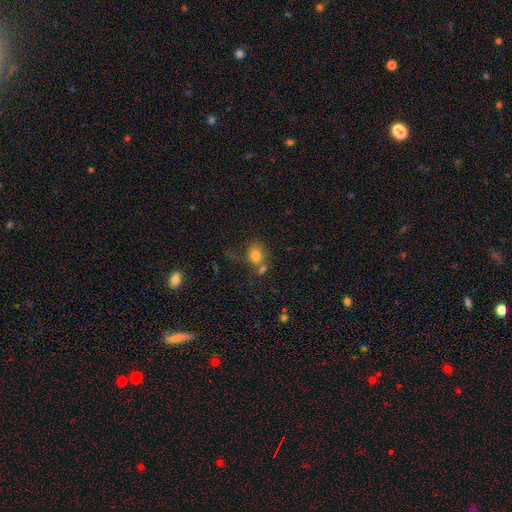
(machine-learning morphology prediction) smooth 78%, star or artifact 12%, featured or disk 11%. Down the decision tree: how rounded — round (56%); merging — none (45%).